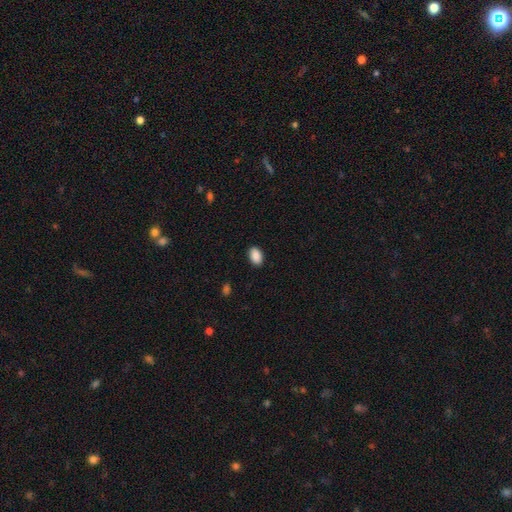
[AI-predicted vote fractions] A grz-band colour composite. It shows a smooth galaxy with no disk features (90%) that is in between round and cigar-shaped (89%). Merging: none (89%).